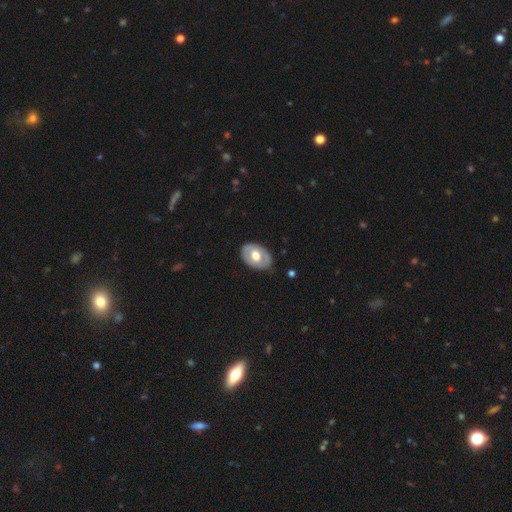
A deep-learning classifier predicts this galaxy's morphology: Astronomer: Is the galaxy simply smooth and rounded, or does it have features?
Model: smooth — 48% (runner-up: featured or disk, 47%).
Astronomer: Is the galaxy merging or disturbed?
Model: none — 83%.